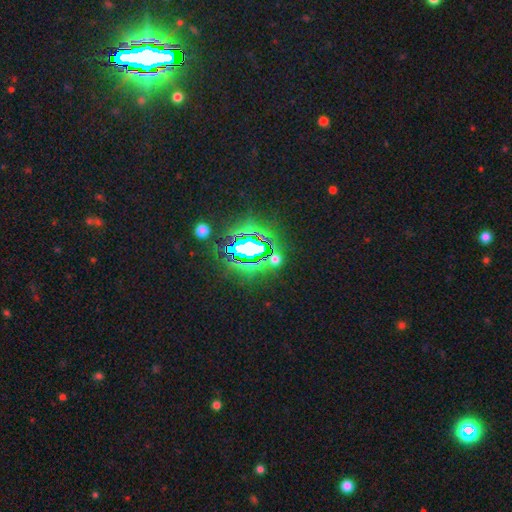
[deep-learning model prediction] A star or artifact, not a galaxy (76%).